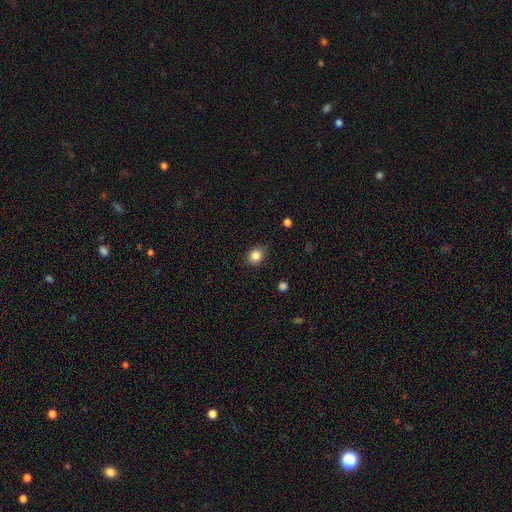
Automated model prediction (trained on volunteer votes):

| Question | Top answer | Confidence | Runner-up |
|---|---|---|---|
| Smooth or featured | smooth | 85% | star or artifact (10%) |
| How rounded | round | 63% | in between (36%) |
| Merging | none | 80% | minor disturbance (15%) |